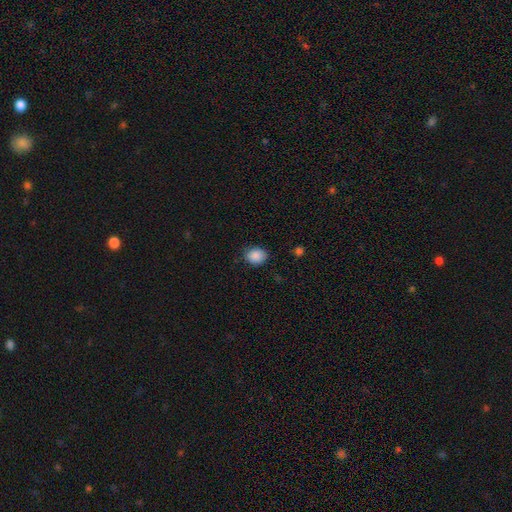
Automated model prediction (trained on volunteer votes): A smooth galaxy with no disk features (88%) that is round (55%). Merging: none (79%).